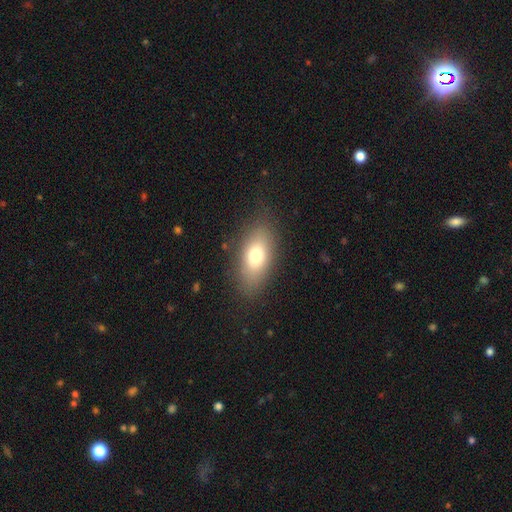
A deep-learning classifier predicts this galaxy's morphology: Smooth or featured: smooth — 73% (featured or disk — 17%)
How rounded: in between — 84% (round — 8%)
Merging: none — 82% (minor disturbance — 12%)